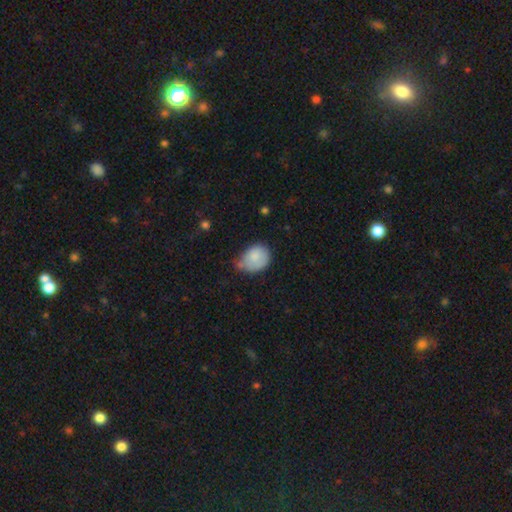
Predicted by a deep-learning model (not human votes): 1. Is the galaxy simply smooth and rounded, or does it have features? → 82% smooth, 11% featured or disk, 7% star or artifact.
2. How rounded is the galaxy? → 61% in between, 38% round, 1% cigar-shaped.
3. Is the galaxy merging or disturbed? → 47% none, 36% minor disturbance, 9% major disturbance, 7% merger.